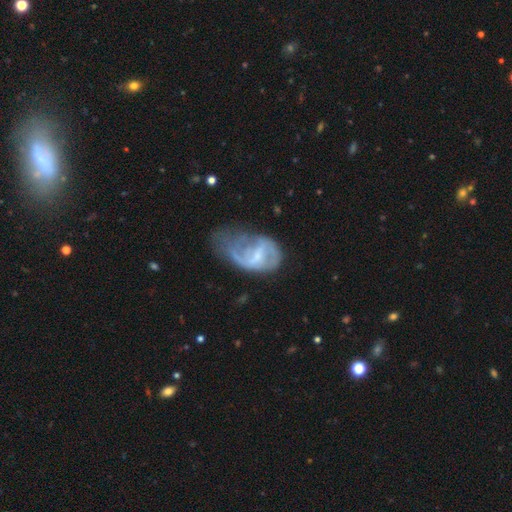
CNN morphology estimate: featured or disk 70%, smooth 23%, star or artifact 7%. Down the decision tree: edge-on disk — no (97%); bar — weak (54%); spiral arms — yes (76%); spiral arm count — 2 (47%); spiral winding — loose (42%); bulge size — small (52%); merging — major disturbance (44%).